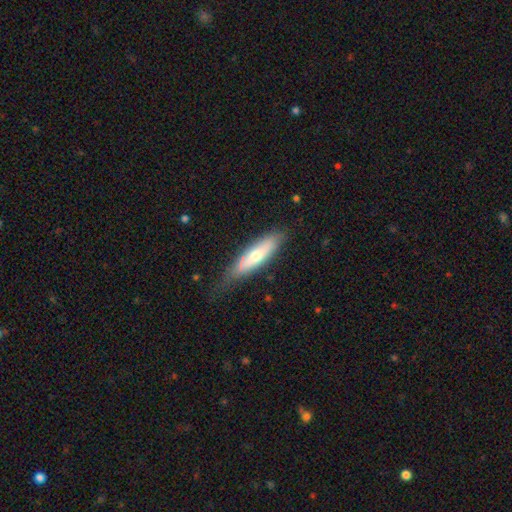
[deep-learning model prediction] This is possibly a smooth galaxy (59%). How rounded: likely cigar-shaped (65%). Merging: likely none (68%).